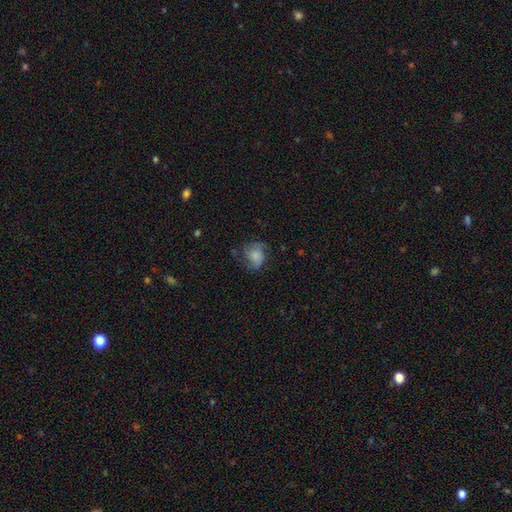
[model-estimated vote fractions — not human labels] smooth_or_featured: smooth (p=0.60) [alt: featured or disk p=0.31]
how_rounded: round (p=0.58) [alt: in between p=0.41]
merging: none (p=0.52) [alt: minor disturbance p=0.29]